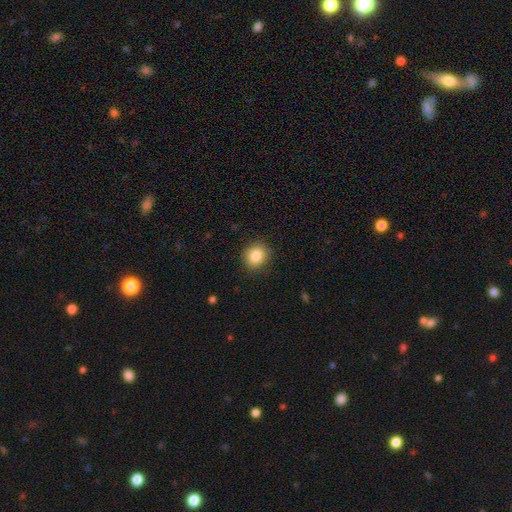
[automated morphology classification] Smooth or featured? smooth (85%)
How rounded? round (74%)
Merging? none (89%)